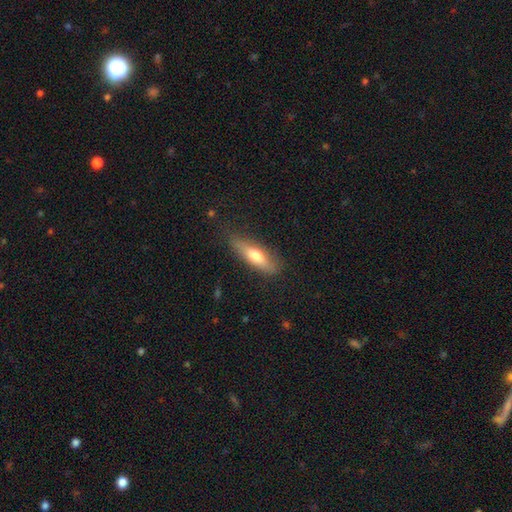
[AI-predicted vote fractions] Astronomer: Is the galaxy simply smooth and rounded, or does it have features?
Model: smooth — 63%.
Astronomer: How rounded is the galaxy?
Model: cigar-shaped — 58% (runner-up: in between, 39%).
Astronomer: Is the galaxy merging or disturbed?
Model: none — 76%.